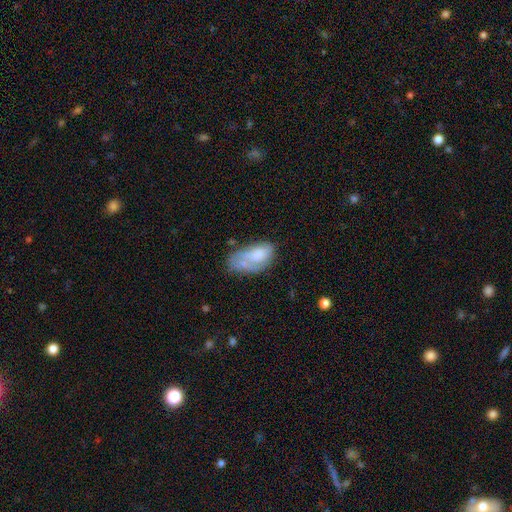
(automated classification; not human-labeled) smooth-or-featured: smooth: 63% | featured or disk: 29% | star or artifact: 8%
  how-rounded: in between: 92% | round: 4% | cigar-shaped: 4%
  merging: none: 33% | minor disturbance: 26% | merger: 23% | major disturbance: 19%